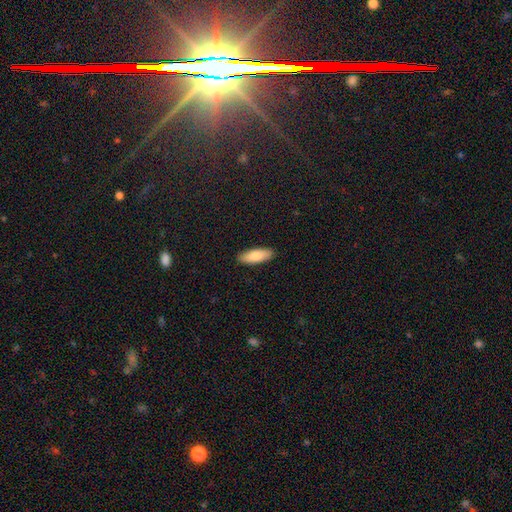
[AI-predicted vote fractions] Smooth or featured?
  - smooth: 85% *
  - featured or disk: 9%
  - star or artifact: 5%
How rounded?
  - in between: 66% *
  - cigar-shaped: 32%
  - round: 2%
Merging?
  - none: 90% *
  - minor disturbance: 7%
  - major disturbance: 2%
  - merger: 1%